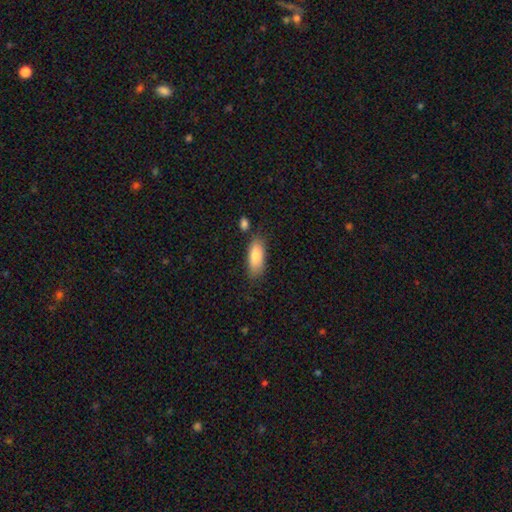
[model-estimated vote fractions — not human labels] smooth_or_featured: smooth (p=0.82) [alt: featured or disk p=0.12]
how_rounded: in between (p=0.76) [alt: cigar-shaped p=0.21]
merging: none (p=0.72) [alt: minor disturbance p=0.17]